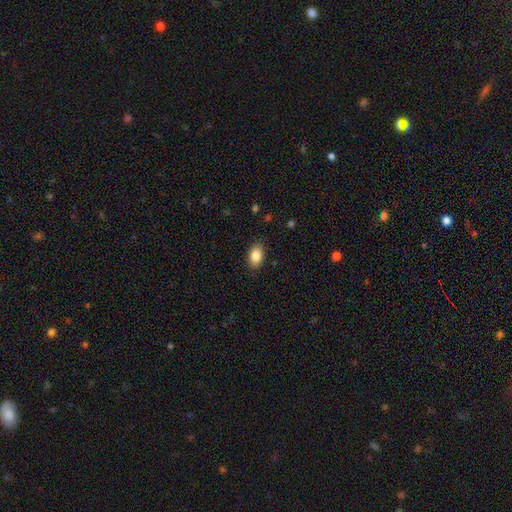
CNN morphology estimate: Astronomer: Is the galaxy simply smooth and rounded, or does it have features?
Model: smooth — 86%.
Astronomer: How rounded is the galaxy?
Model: in between — 87%.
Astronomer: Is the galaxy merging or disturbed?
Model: none — 87%.